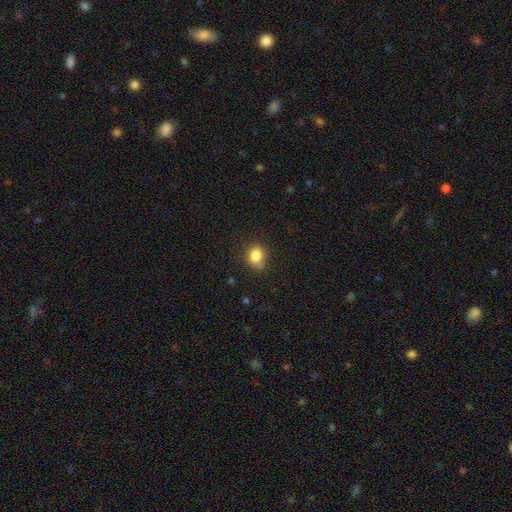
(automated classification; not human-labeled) The model was most divided on "how rounded": round: 61%, in between: 38%, cigar-shaped: 1%. More confident: smooth or featured — smooth (84%); merging — none (72%).